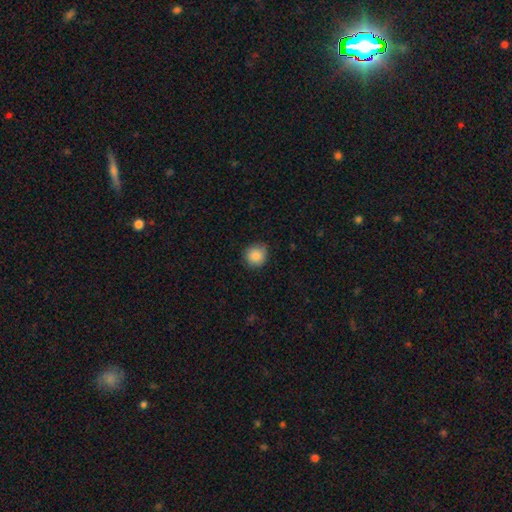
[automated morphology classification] Smooth or featured? smooth (87%)
How rounded? round (92%)
Merging? none (83%)